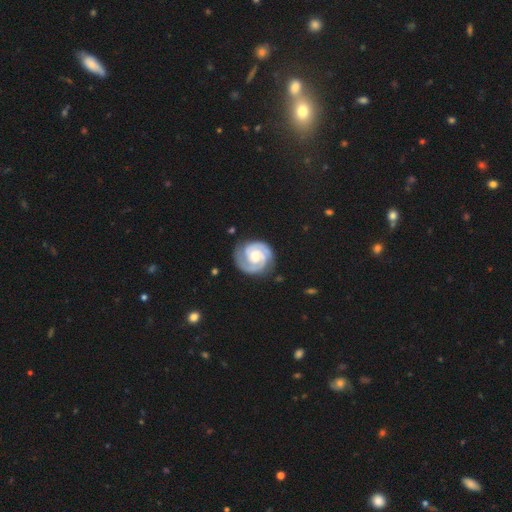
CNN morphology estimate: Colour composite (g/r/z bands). It shows a featured or disk galaxy (90%) with no bar (64%), 2 (77%) tight (72%) spiral arms (98%) and a moderate central bulge (65%). Merging: none (80%).